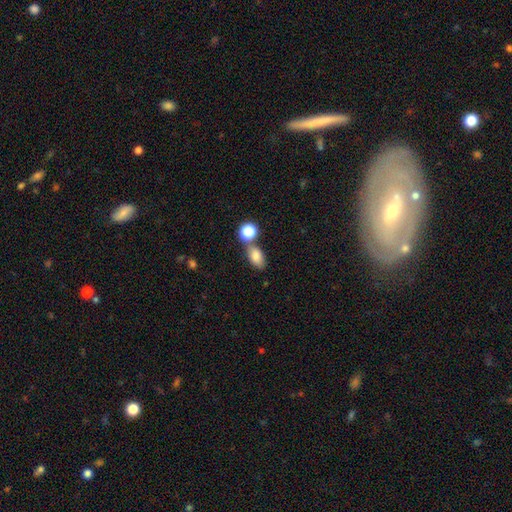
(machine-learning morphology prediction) This appears to be a smooth galaxy with no disk features (81%) that is in between round and cigar-shaped (84%). Merging: none (57%).